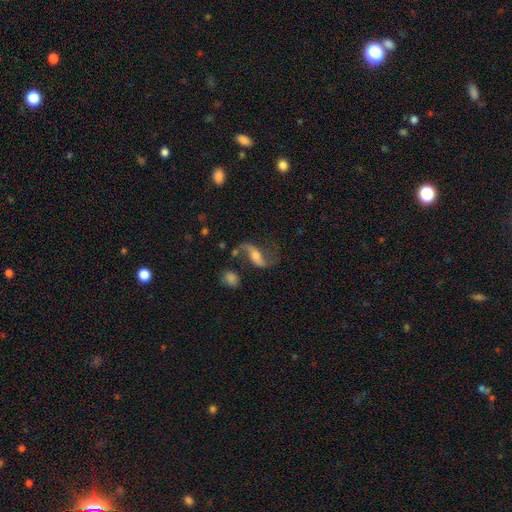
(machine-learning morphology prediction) smooth_or_featured: featured or disk (p=0.81) [alt: smooth p=0.11]
disk_edge_on: no (p=0.93) [alt: yes p=0.07]
bar: no (p=0.38) [alt: weak p=0.35]
has_spiral_arms: yes (p=0.94) [alt: no p=0.06]
spiral_winding: loose (p=0.85) [alt: medium p=0.12]
spiral_arm_count: 2 (p=0.92) [alt: 1 p=0.03]
bulge_size: moderate (p=0.54) [alt: small p=0.31]
merging: none (p=0.64) [alt: minor disturbance p=0.16]